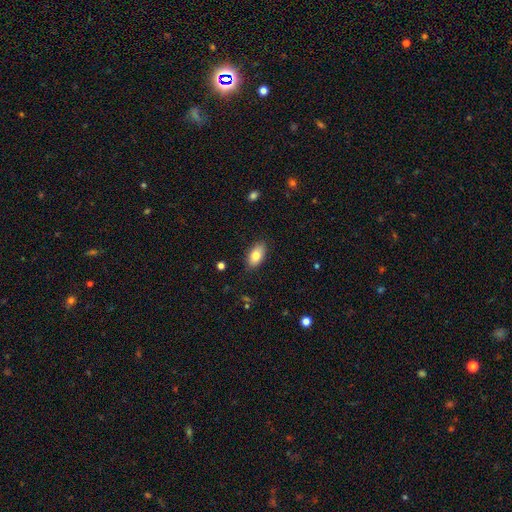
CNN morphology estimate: smooth 79%, featured or disk 14%, star or artifact 7%. Down the decision tree: how rounded — in between (92%); merging — none (86%).